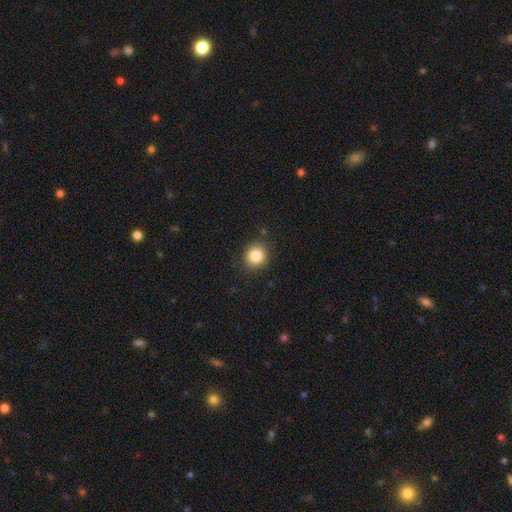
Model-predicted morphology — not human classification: Q: Smooth or featured?
A: smooth (85%); runner-up: star or artifact (10%)
Q: How rounded?
A: round (83%); runner-up: in between (16%)
Q: Merging?
A: none (88%); runner-up: minor disturbance (8%)